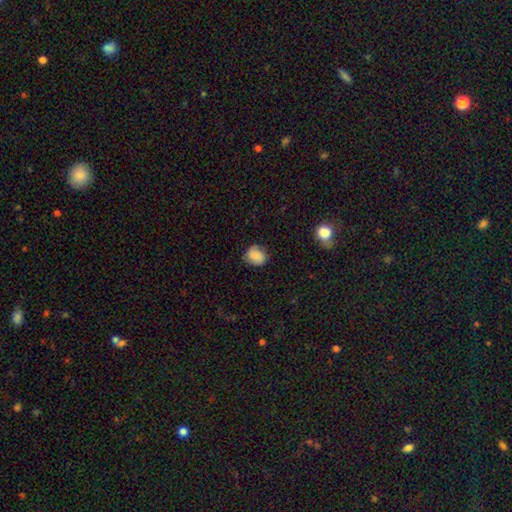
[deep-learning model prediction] This appears to be a smooth galaxy with no disk features (81%) that is round (67%). Merging: none (73%).